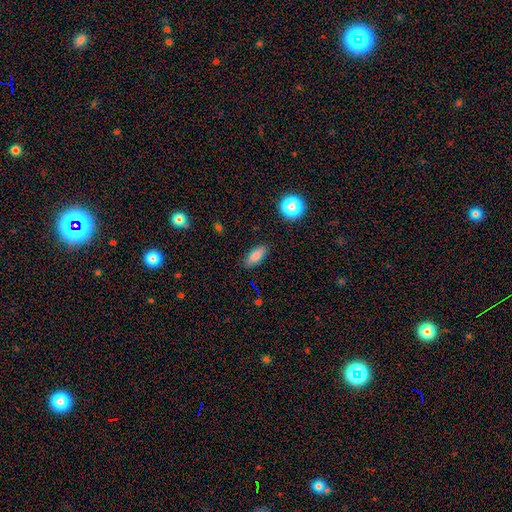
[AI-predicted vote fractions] Smooth or featured? smooth (83%)
How rounded? in between (80%)
Merging? none (86%)